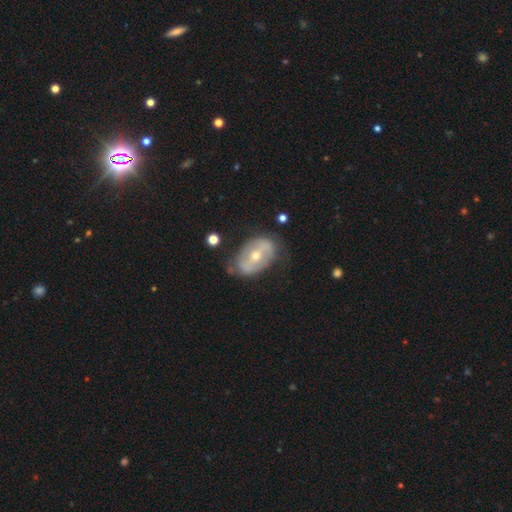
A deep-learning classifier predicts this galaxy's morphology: Smooth or featured: featured or disk — 68% (smooth — 26%)
Edge-on disk: no — 93% (yes — 7%)
Bar: strong — 39% (weak — 31%)
Spiral arms: no — 57% (yes — 43%)
Bulge size: moderate — 56% (small — 41%)
Merging: none — 67% (minor disturbance — 23%)